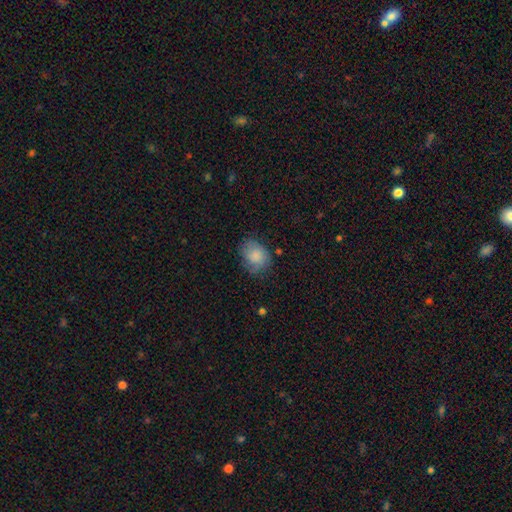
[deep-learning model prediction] Overall: smooth (78%). How rounded: round (51%; in between 48%). Merging: none (65%).